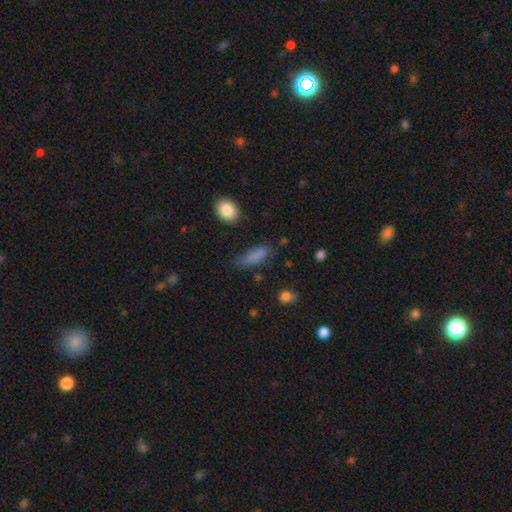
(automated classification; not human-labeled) A smooth galaxy with no disk features (82%) that is in between round and cigar-shaped (63%).

Vote fractions:
- Smooth or featured? smooth: 82% / star or artifact: 10% / featured or disk: 8%
- How rounded? in between: 63% / cigar-shaped: 33% / round: 4%
- Merging? none: 61% / minor disturbance: 26% / major disturbance: 9% / merger: 3%